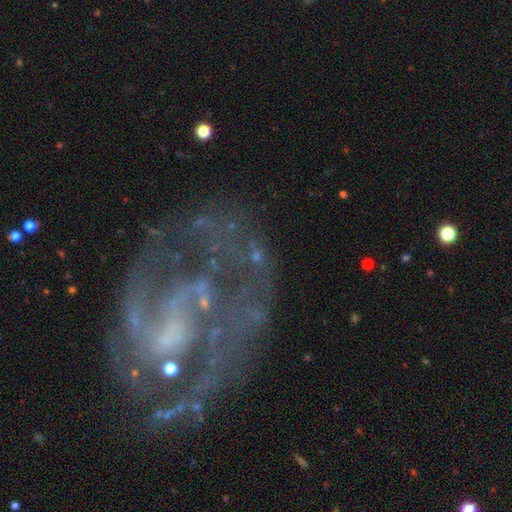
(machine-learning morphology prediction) Smooth or featured? Predicted: featured or disk (p=0.64). Edge-on disk? Predicted: no (p=0.94). Bar? Predicted: no (p=0.49). Spiral arms? Predicted: yes (p=0.66). Bulge size? Predicted: small (p=0.45). Merging? Predicted: none (p=0.51).